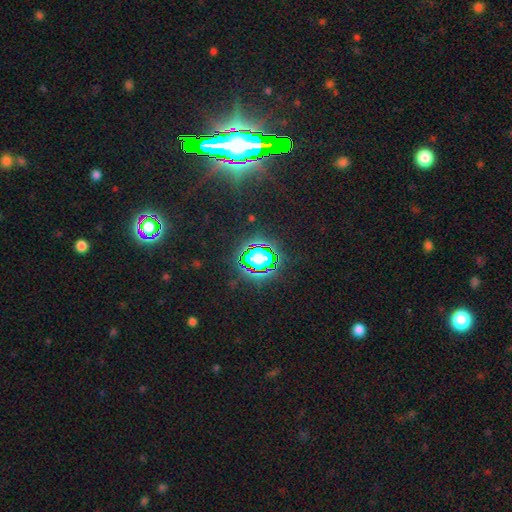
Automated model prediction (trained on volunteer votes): smooth-or-featured: star or artifact: 84% | smooth: 8% | featured or disk: 7%